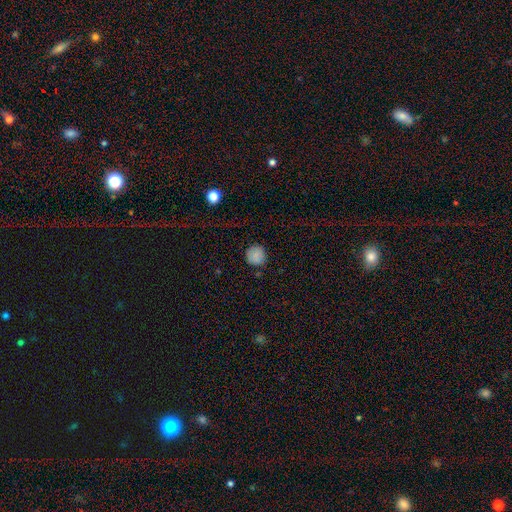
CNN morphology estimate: Overall: smooth (86%). How rounded: round (93%). Merging: none (86%).